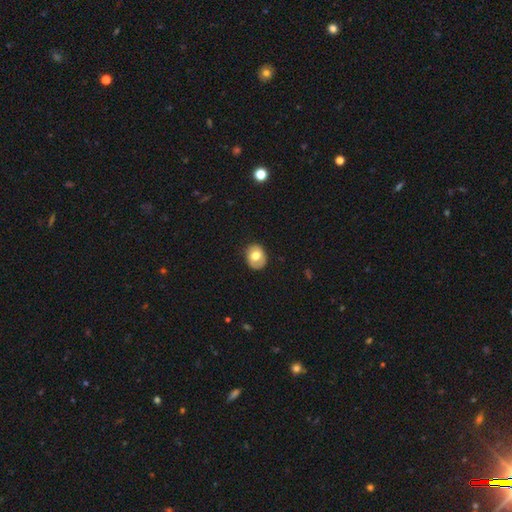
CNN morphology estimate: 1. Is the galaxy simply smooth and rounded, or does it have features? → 68% smooth, 24% featured or disk, 8% star or artifact.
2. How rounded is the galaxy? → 56% round, 43% in between, 1% cigar-shaped.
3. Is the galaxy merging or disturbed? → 80% none, 15% minor disturbance, 3% major disturbance, 1% merger.